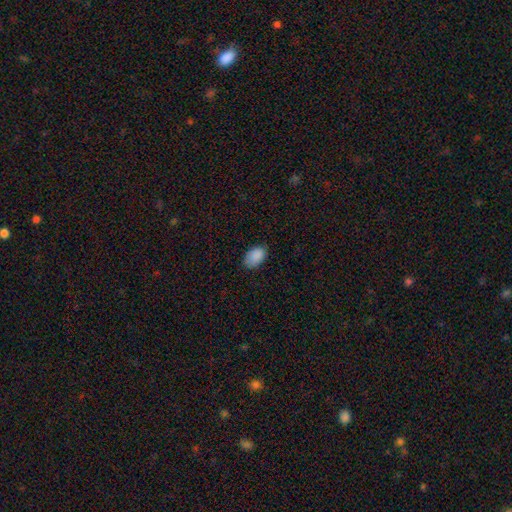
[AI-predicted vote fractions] The model was most divided on "merging": none: 76%, minor disturbance: 19%, major disturbance: 4%, merger: 1%. More confident: how rounded — in between (90%); smooth or featured — smooth (88%).